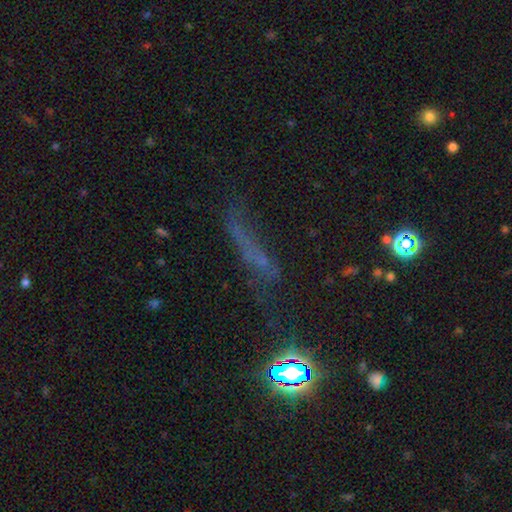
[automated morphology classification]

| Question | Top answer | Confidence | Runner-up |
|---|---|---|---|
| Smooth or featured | star or artifact | 37% | smooth (35%) |